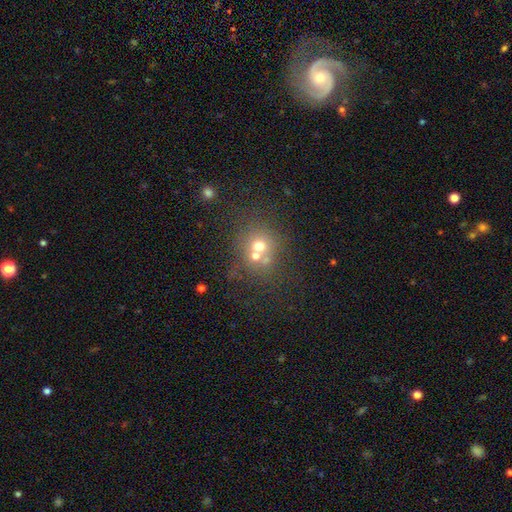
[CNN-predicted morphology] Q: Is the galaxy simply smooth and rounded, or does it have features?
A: smooth — 59%.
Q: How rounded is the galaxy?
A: round — 81%.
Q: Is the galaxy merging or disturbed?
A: merger — 47%.